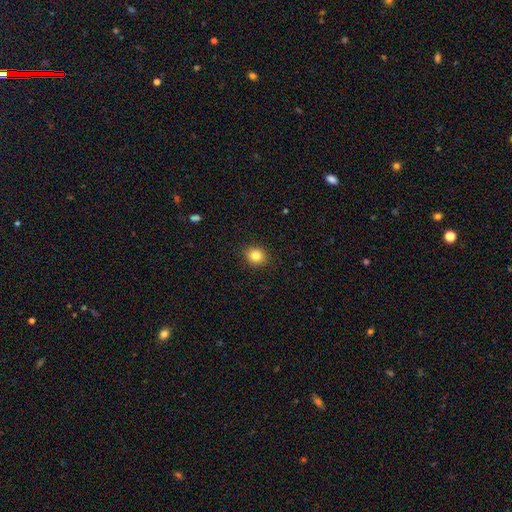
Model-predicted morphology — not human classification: Smooth or featured?
  - smooth: 83% *
  - star or artifact: 11%
  - featured or disk: 6%
How rounded?
  - round: 73% *
  - in between: 26%
  - cigar-shaped: 1%
Merging?
  - none: 91% *
  - minor disturbance: 6%
  - major disturbance: 2%
  - merger: 1%